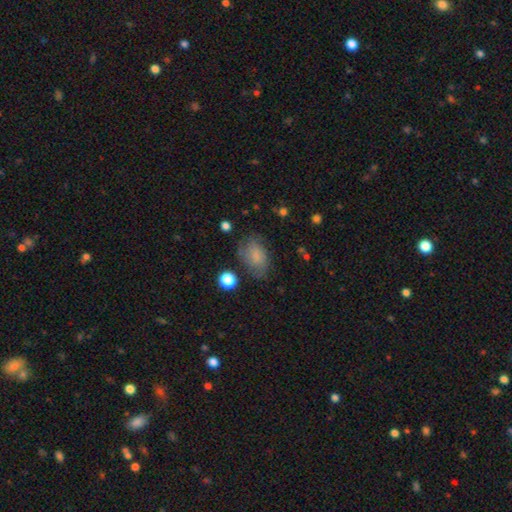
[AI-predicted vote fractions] Smooth or featured?
  - smooth: 74% *
  - featured or disk: 16%
  - star or artifact: 10%
How rounded?
  - in between: 86% *
  - round: 13%
  - cigar-shaped: 2%
Merging?
  - none: 63% *
  - minor disturbance: 25%
  - major disturbance: 10%
  - merger: 3%